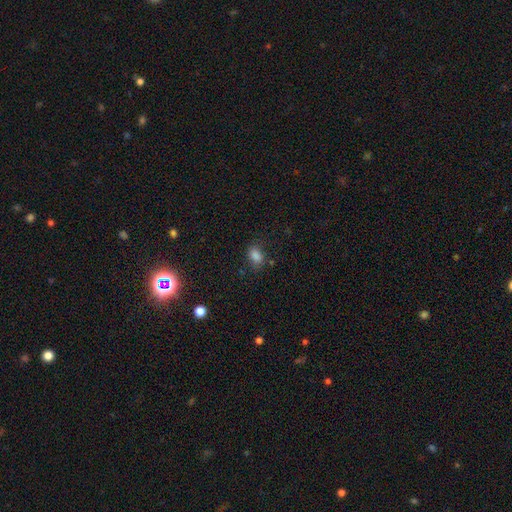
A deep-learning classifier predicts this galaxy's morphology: Smooth or featured? smooth (82%)
How rounded? in between (76%)
Merging? none (70%)